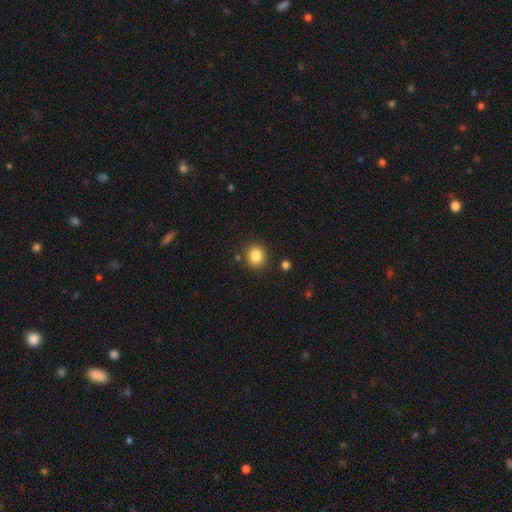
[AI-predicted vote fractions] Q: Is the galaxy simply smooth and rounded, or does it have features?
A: smooth — 85%.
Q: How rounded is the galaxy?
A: round — 75%.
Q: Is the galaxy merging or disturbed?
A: none — 86%.